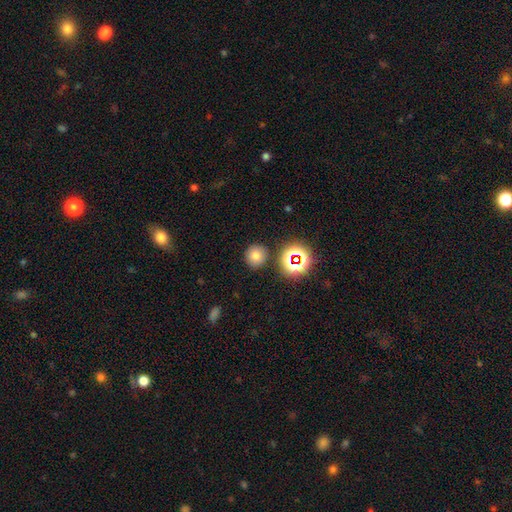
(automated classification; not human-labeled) A smooth galaxy with no disk features (73%) that is round (90%). Merging: none (86%).